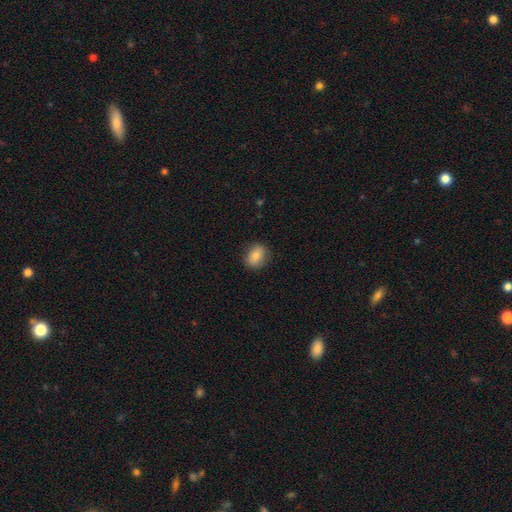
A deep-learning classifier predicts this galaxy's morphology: This appears to be a smooth galaxy with no disk features (78%) that is in between round and cigar-shaped (56%). Merging: none (83%).